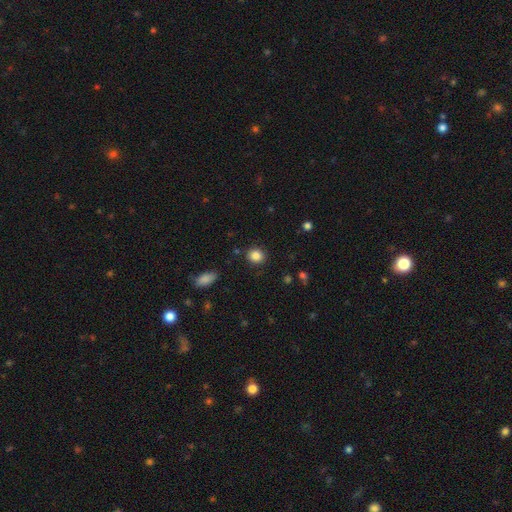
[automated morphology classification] Q: Smooth or featured?
A: smooth (86%); runner-up: star or artifact (10%)
Q: How rounded?
A: round (76%); runner-up: in between (23%)
Q: Merging?
A: none (88%); runner-up: minor disturbance (8%)